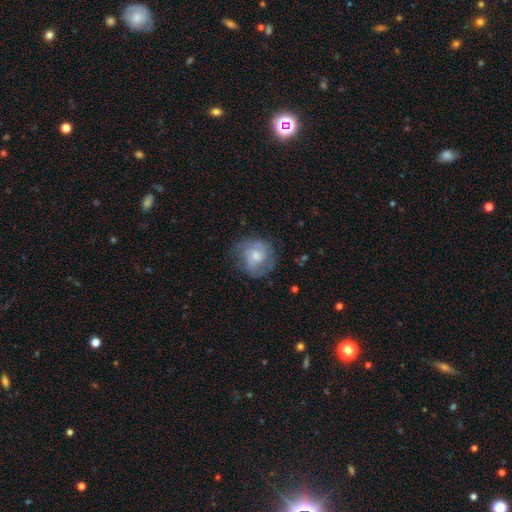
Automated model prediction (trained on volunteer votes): smooth-or-featured: featured or disk: 59% | smooth: 34% | star or artifact: 7%
  disk-edge-on: no: 98% | yes: 2%
    bar: no: 61% | weak: 34% | strong: 5%
    has-spiral-arms: yes: 82% | no: 18%
    bulge-size: moderate: 51% | small: 30% | large: 10% | none: 7% | dominant: 1%
  merging: none: 60% | minor disturbance: 24% | major disturbance: 15% | merger: 1%